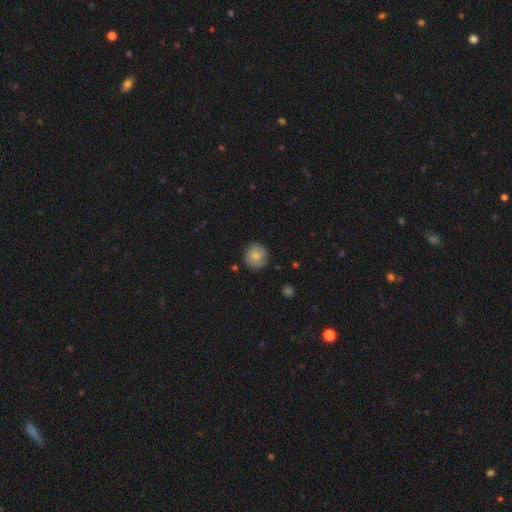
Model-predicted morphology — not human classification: Smooth or featured? smooth (80%)
How rounded? round (89%)
Merging? none (84%)